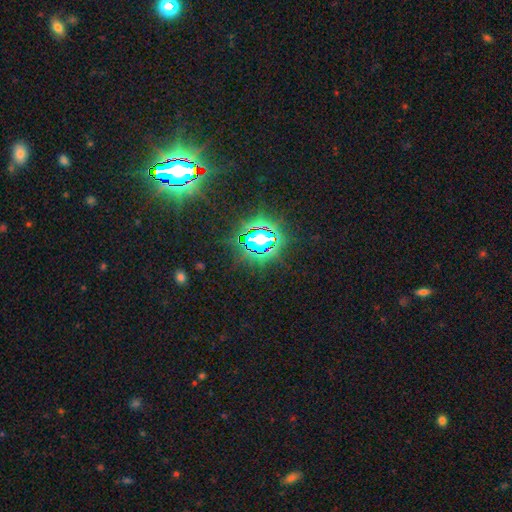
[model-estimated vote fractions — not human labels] The model was most divided on "smooth or featured": star or artifact: 82%, smooth: 11%, featured or disk: 7%.